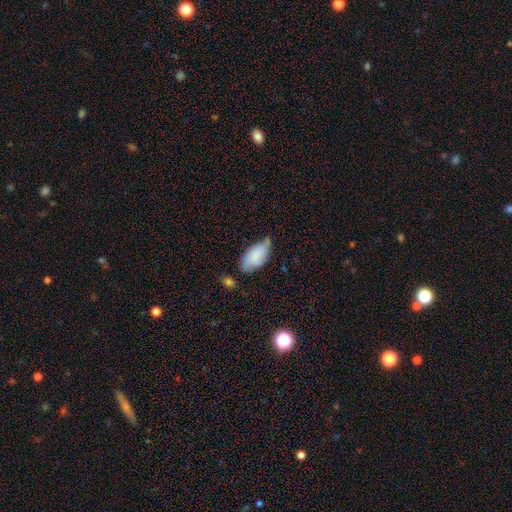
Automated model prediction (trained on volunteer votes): Overall: smooth (76%). How rounded: in between (93%). Merging: minor disturbance (43%; none 42%).